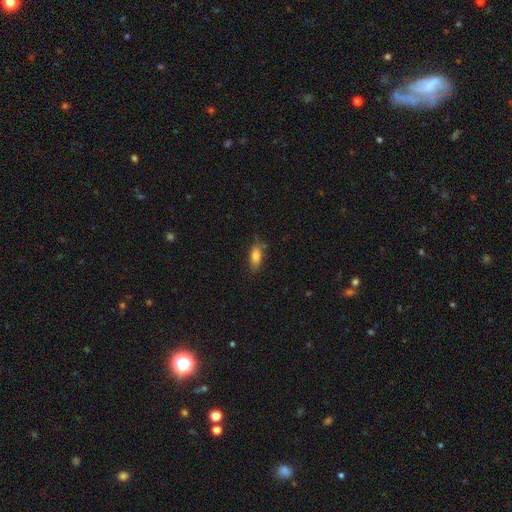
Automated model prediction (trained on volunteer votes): This is clearly a smooth galaxy (82%). How rounded: clearly in between (81%). Merging: likely none (71%).